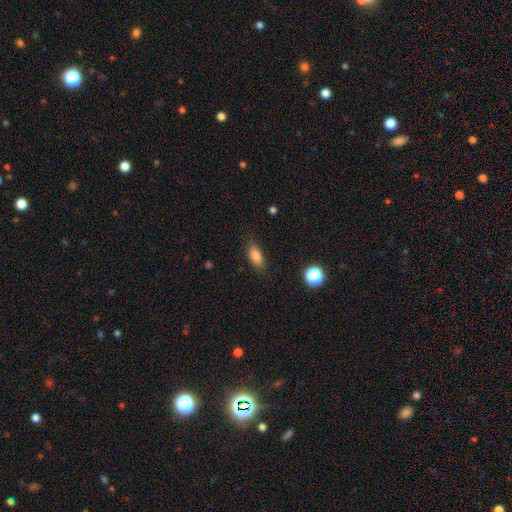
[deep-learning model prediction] smooth-or-featured: smooth: 83% | star or artifact: 9% | featured or disk: 7%
  how-rounded: in between: 81% | cigar-shaped: 13% | round: 5%
  merging: none: 82% | minor disturbance: 13% | major disturbance: 4% | merger: 1%